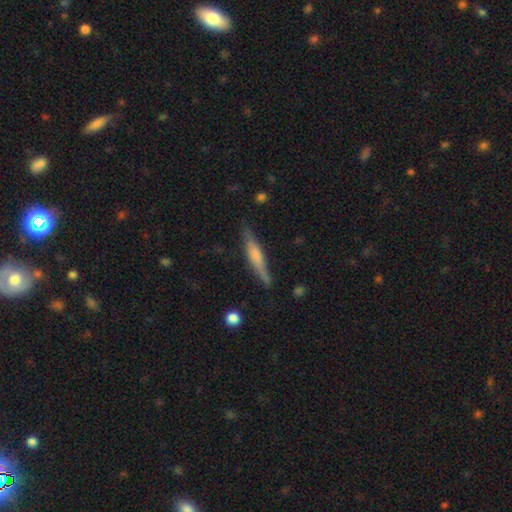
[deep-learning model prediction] featured or disk 47% (tied), smooth 47% (tied), star or artifact 6%. Down the decision tree: merging — none (81%).